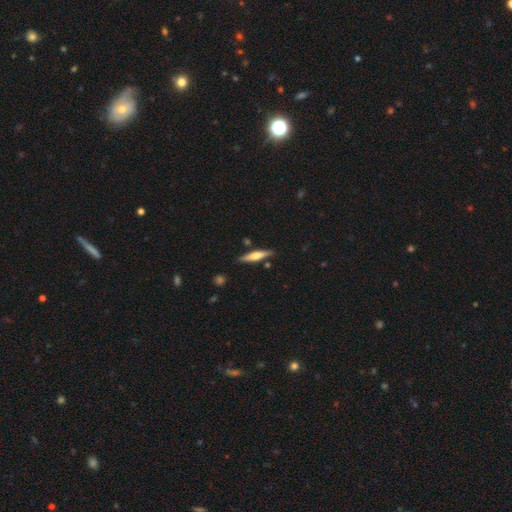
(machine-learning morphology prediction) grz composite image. It shows a featured or disk galaxy (49%). Merging: none (84%).